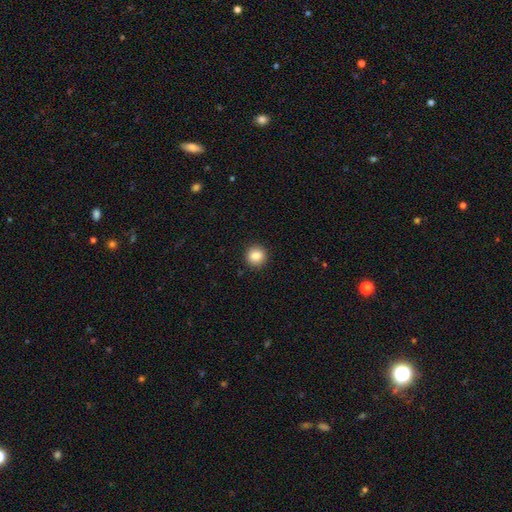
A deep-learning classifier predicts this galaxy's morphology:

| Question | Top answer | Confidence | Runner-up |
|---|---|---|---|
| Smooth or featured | smooth | 86% | star or artifact (9%) |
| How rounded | round | 93% | in between (6%) |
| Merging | none | 92% | minor disturbance (5%) |